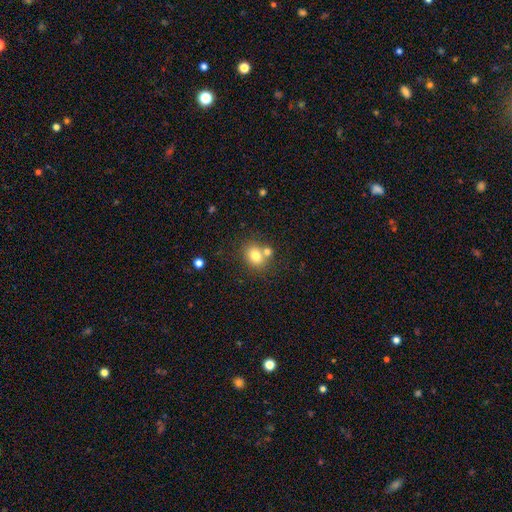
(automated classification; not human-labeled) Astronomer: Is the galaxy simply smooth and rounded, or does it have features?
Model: smooth — 77%.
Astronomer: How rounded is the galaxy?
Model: round — 54% (runner-up: in between, 45%).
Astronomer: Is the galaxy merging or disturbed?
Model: none — 59%.